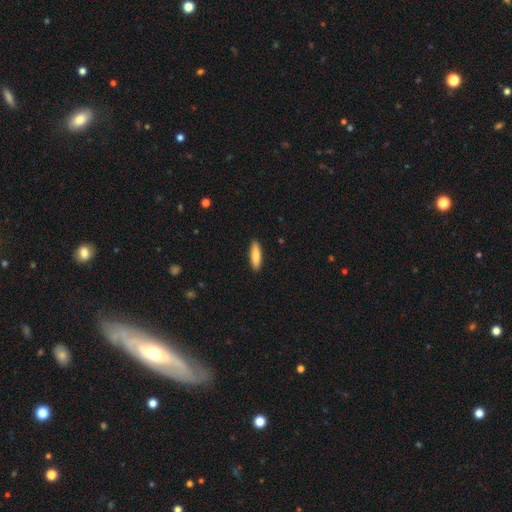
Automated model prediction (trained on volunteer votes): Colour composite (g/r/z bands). It shows a smooth galaxy with no disk features (84%) that is cigar-shaped (62%). Merging: none (91%).